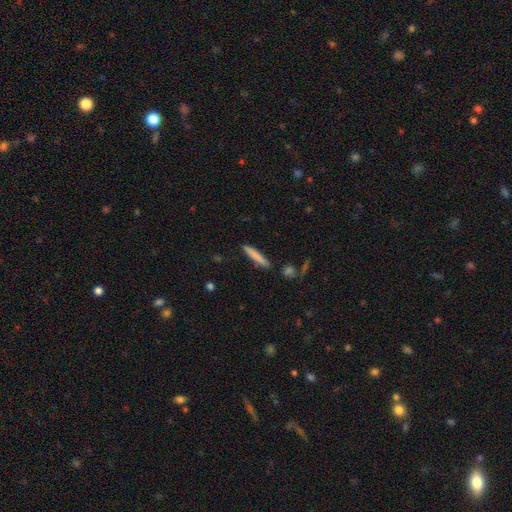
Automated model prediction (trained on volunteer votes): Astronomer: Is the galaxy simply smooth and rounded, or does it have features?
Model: smooth — 80%.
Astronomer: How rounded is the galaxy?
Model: cigar-shaped — 92%.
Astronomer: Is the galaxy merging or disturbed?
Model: none — 88%.